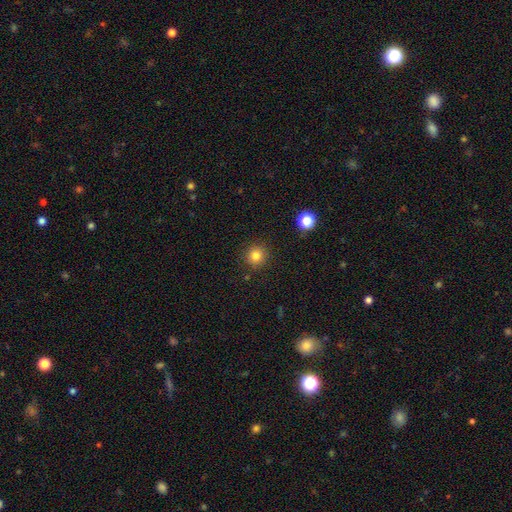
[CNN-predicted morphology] The model was most divided on "smooth or featured": smooth: 82%, star or artifact: 13%, featured or disk: 5%. More confident: how rounded — round (93%); merging — none (90%).